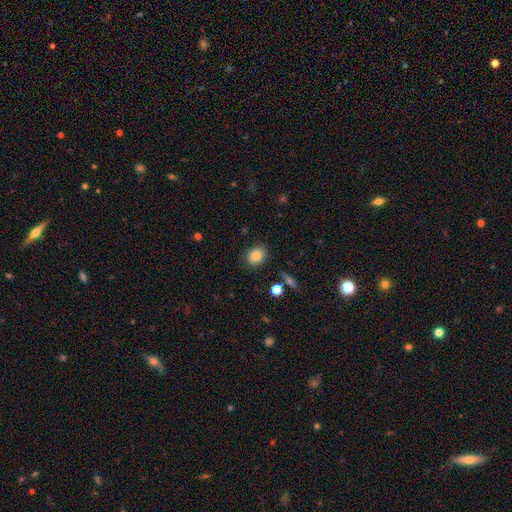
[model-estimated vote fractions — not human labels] Q: Smooth or featured?
A: smooth (82%); runner-up: star or artifact (10%)
Q: How rounded?
A: in between (51%); runner-up: round (48%)
Q: Merging?
A: none (82%); runner-up: minor disturbance (12%)